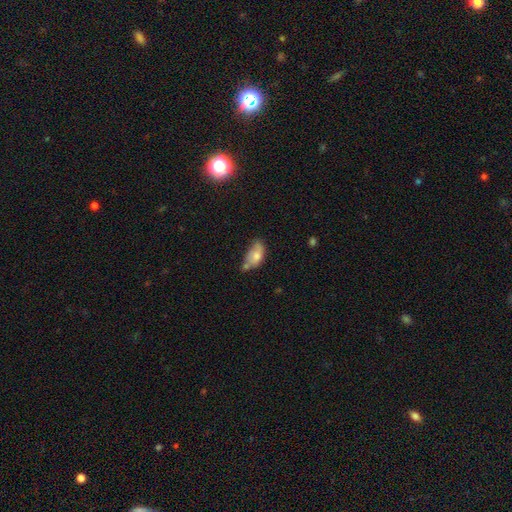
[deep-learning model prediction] smooth-or-featured: smooth: 69% | featured or disk: 23% | star or artifact: 8%
  how-rounded: in between: 90% | round: 6% | cigar-shaped: 4%
  merging: minor disturbance: 34% (tied) | none: 34% (tied) | merger: 20% | major disturbance: 13%